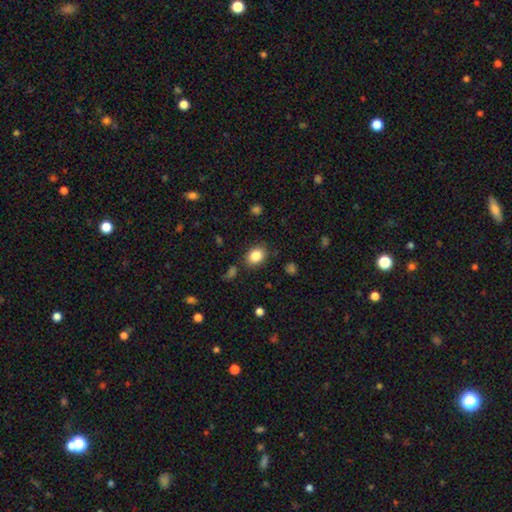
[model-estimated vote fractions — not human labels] Smooth or featured?
  - smooth: 85% *
  - star or artifact: 9%
  - featured or disk: 6%
How rounded?
  - in between: 61% *
  - round: 38%
  - cigar-shaped: 1%
Merging?
  - none: 82% *
  - minor disturbance: 12%
  - major disturbance: 3%
  - merger: 2%